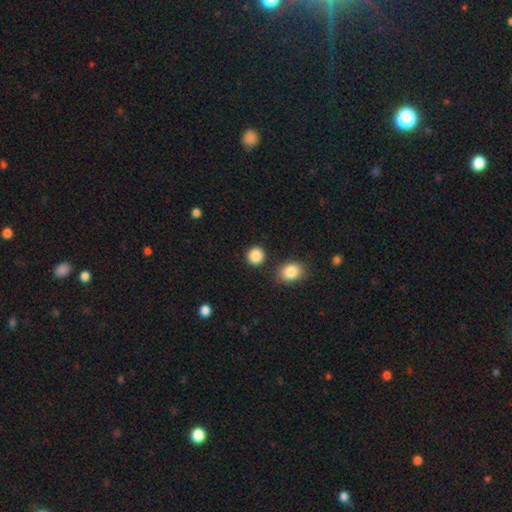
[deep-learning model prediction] This appears to be a smooth galaxy with no disk features (88%) that is round (88%). Merging: none (87%).